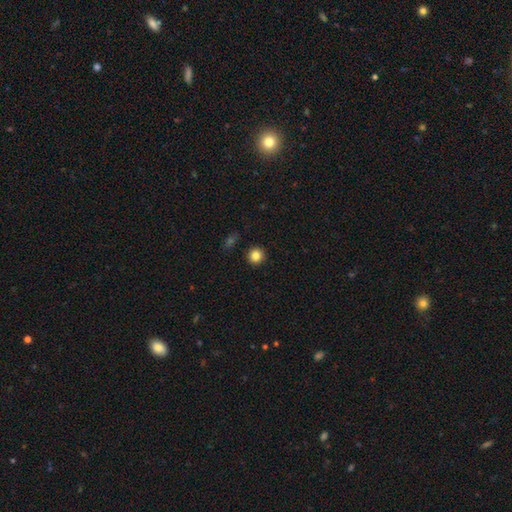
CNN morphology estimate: Smooth or featured? Predicted: smooth (p=0.84). How rounded? Predicted: round (p=0.92). Merging? Predicted: none (p=0.91).